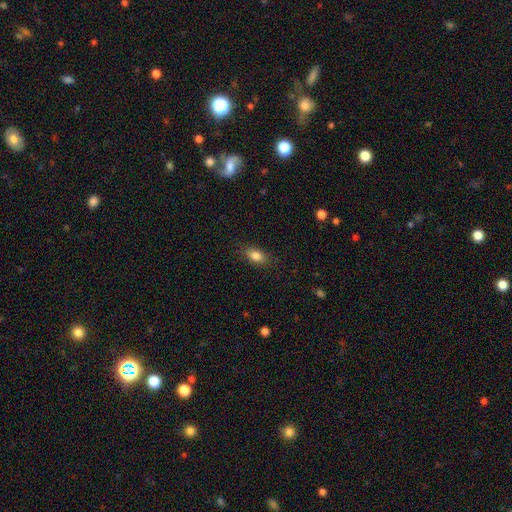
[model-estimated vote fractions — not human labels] This appears to be a smooth galaxy with no disk features (83%) that is in between round and cigar-shaped (84%). Merging: none (85%).